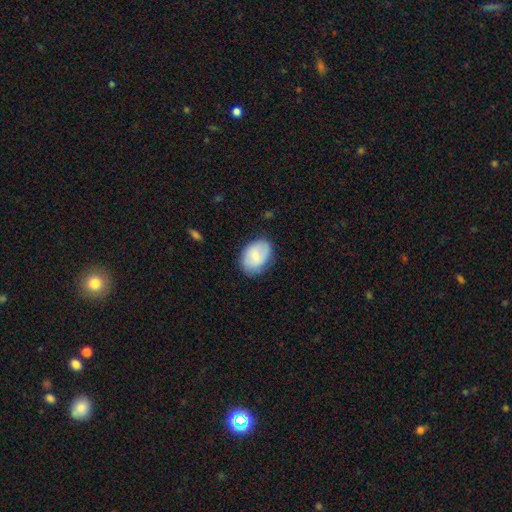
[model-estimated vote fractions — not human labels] Overall: smooth (74%). How rounded: in between (77%). Merging: none (73%).